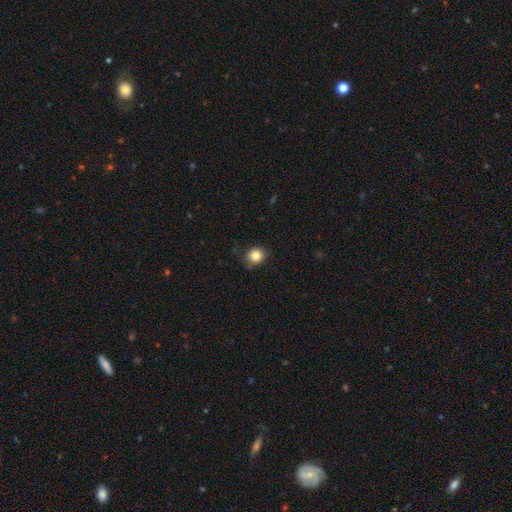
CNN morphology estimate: This appears to be a smooth galaxy with no disk features (83%) that is round (78%). Merging: none (80%).